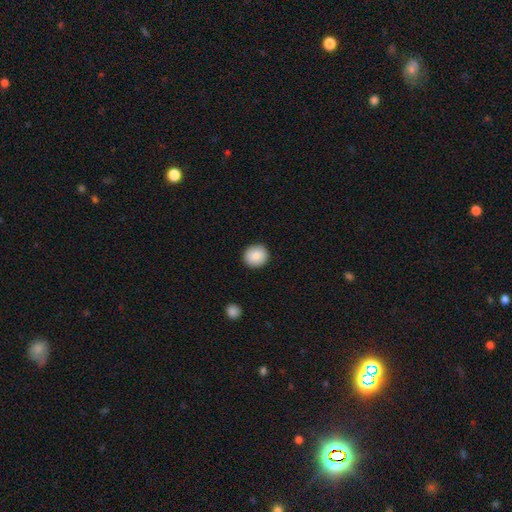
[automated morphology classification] The model was most divided on "how rounded": round: 87%, in between: 12%, cigar-shaped: 1%. More confident: merging — none (91%); smooth or featured — smooth (88%).